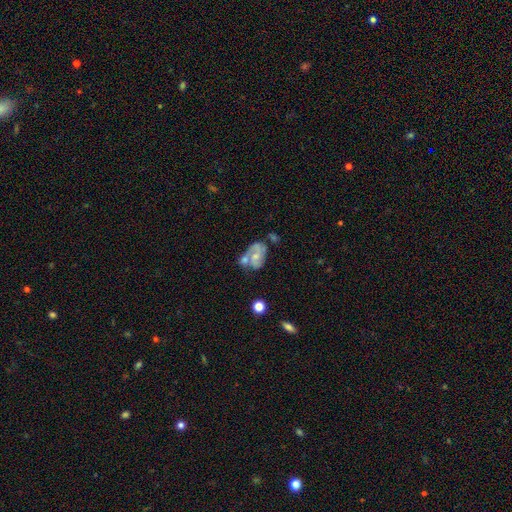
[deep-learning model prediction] Q: Smooth or featured?
A: featured or disk (70%); runner-up: smooth (23%)
Q: Edge-on disk?
A: no (97%); runner-up: yes (3%)
Q: Bar?
A: no (59%); runner-up: weak (33%)
Q: Spiral arms?
A: yes (84%); runner-up: no (16%)
Q: Spiral winding?
A: medium (47%); runner-up: tight (32%)
Q: Spiral arm count?
A: 2 (68%); runner-up: can't tell (14%)
Q: Bulge size?
A: small (48%); runner-up: moderate (40%)
Q: Merging?
A: merger (35%); runner-up: none (31%)